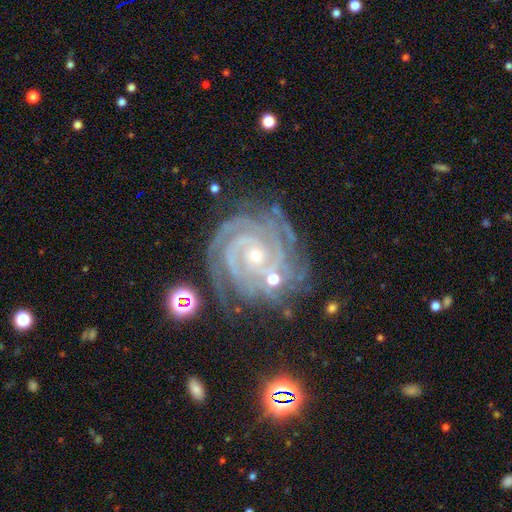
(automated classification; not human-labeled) Smooth or featured?
  - featured or disk: 90% *
  - star or artifact: 6%
  - smooth: 3%
Edge-on disk?
  - no: 97% *
  - yes: 3%
Bar?
  - no: 72% *
  - weak: 19%
  - strong: 10%
Spiral arms?
  - yes: 99% *
  - no: 1%
Spiral winding?
  - tight: 82% *
  - medium: 16%
  - loose: 2%
Spiral arm count?
  - 3: 26% * (tied)
  - 4: 26% * (tied)
  - 2: 15%
  - can't tell: 14%
  - more than 4: 12%
  - 1: 7%
Bulge size?
  - small: 78% *
  - moderate: 18%
  - none: 1%
  - large: 1%
  - dominant: 1%
Merging?
  - none: 69% *
  - minor disturbance: 19%
  - major disturbance: 7%
  - merger: 5%